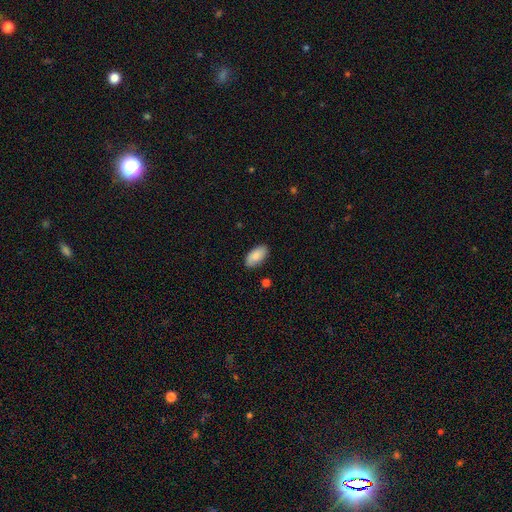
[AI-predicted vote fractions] Smooth or featured: smooth — 86% (featured or disk — 7%)
How rounded: in between — 94% (cigar-shaped — 4%)
Merging: none — 84% (minor disturbance — 12%)